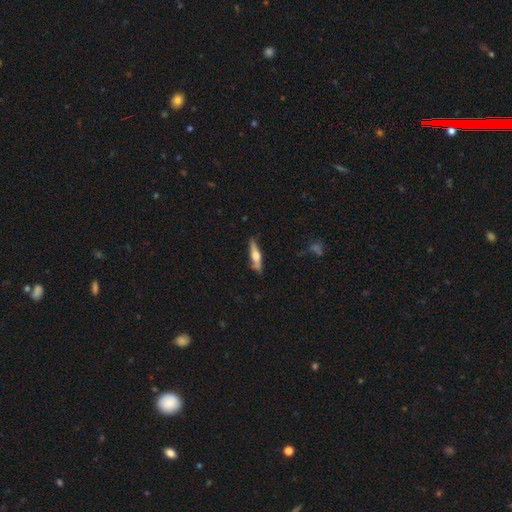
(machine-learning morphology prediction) Overall: featured or disk (53%; smooth 42%). Edge-on disk: yes (92%). Merging: none (79%).